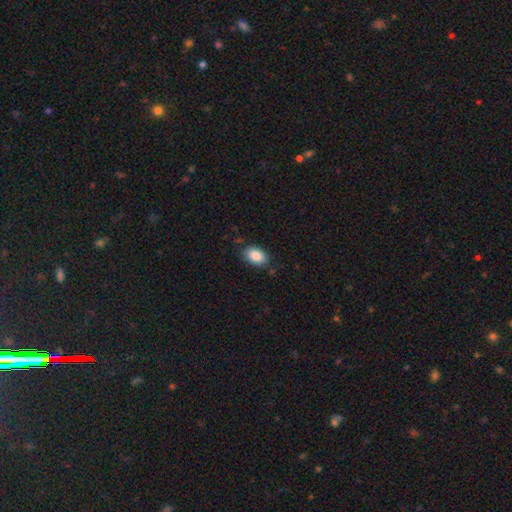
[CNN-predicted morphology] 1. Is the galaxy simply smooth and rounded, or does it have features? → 87% smooth, 7% star or artifact, 6% featured or disk.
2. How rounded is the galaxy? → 88% in between, 10% round, 1% cigar-shaped.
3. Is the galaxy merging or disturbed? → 79% none, 16% minor disturbance, 3% major disturbance, 2% merger.